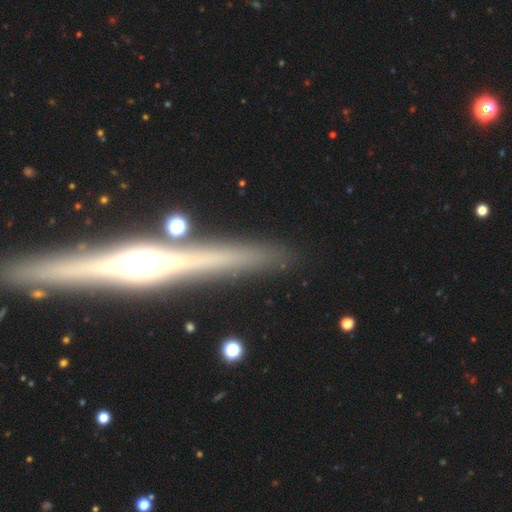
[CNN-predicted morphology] A featured or disk galaxy (69%) viewed edge-on (94%) with a rounded central bulge (70%).

Vote fractions:
- Smooth or featured? featured or disk: 69% / smooth: 20% / star or artifact: 11%
- Edge-on disk? yes: 94% / no: 6%
- Edge-on bulge? rounded: 70% / none: 18% / boxy: 12%
- Merging? none: 85% / minor disturbance: 9% / merger: 3% / major disturbance: 3%